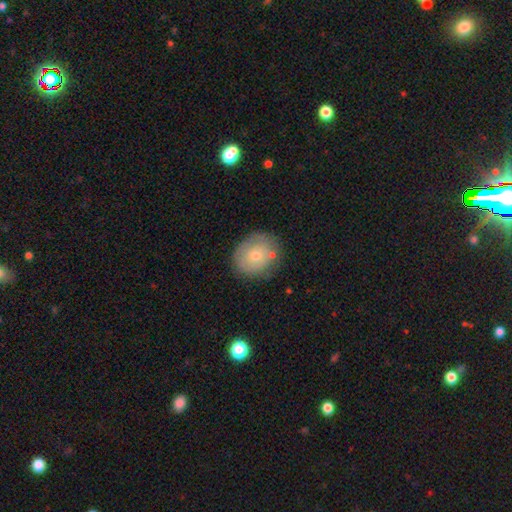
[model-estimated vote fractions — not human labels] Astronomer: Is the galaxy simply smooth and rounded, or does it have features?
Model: smooth — 69%.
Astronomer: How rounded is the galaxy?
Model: round — 72%.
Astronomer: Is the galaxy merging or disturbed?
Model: none — 73%.